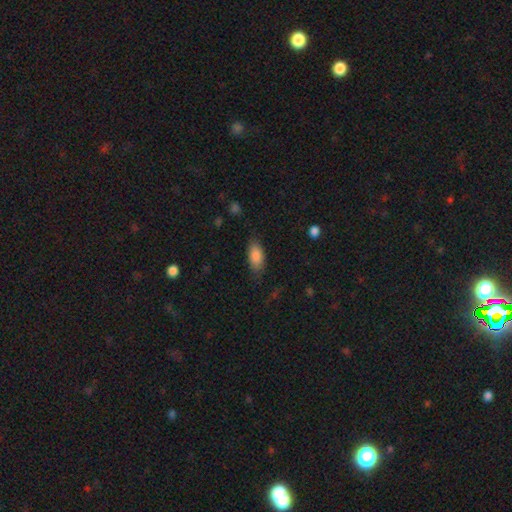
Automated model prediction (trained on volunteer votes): Smooth or featured: smooth — 86% (featured or disk — 7%)
How rounded: in between — 87% (cigar-shaped — 10%)
Merging: none — 77% (minor disturbance — 17%)